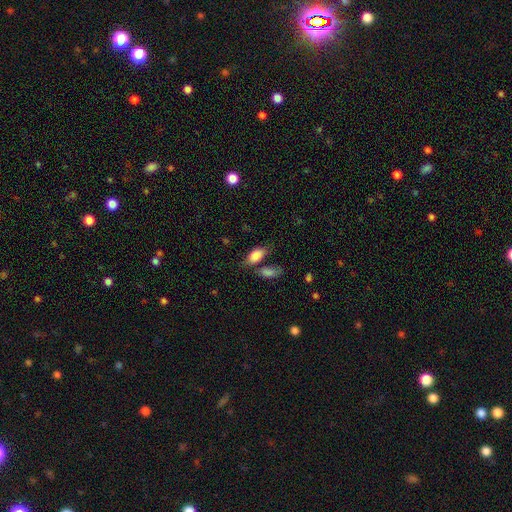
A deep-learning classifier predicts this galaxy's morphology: A smooth galaxy with no disk features (85%) that is in between round and cigar-shaped (91%).

Vote fractions:
- Smooth or featured? smooth: 85% / featured or disk: 8% / star or artifact: 7%
- How rounded? in between: 91% / cigar-shaped: 6% / round: 4%
- Merging? none: 53% / merger: 23% / minor disturbance: 17% / major disturbance: 7%